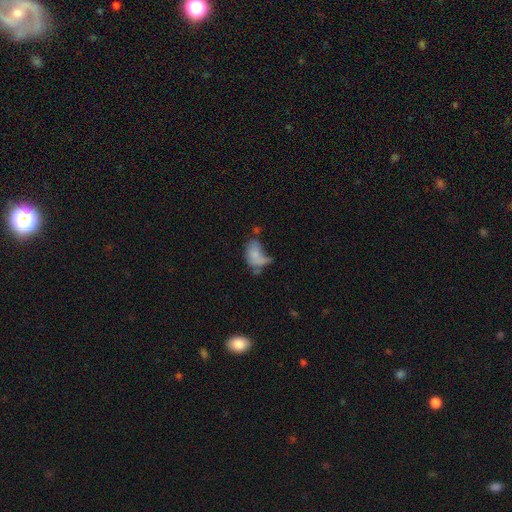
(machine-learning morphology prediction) smooth 68%, featured or disk 21%, star or artifact 11%. Down the decision tree: how rounded — in between (88%); merging — major disturbance (30%).